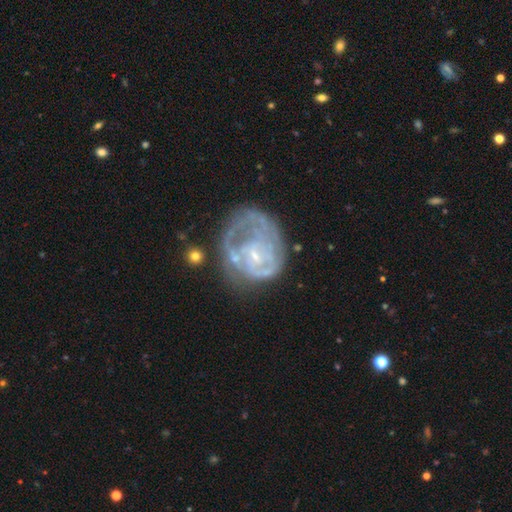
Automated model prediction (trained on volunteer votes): featured or disk 74%, smooth 17%, star or artifact 9%. Down the decision tree: edge-on disk — no (98%); bar — no (61%); spiral arms — yes (61%); bulge size — small (60%); merging — none (36%).